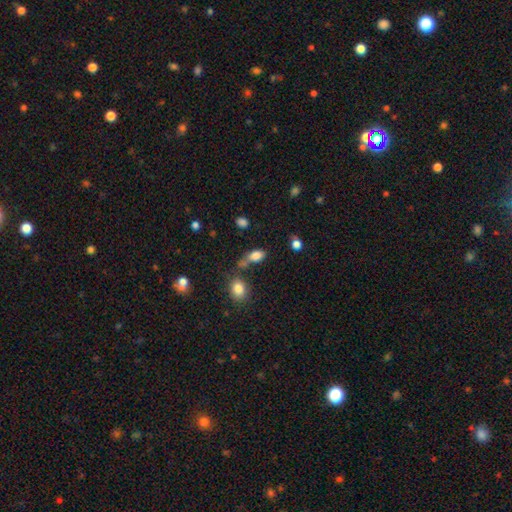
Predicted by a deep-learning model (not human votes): Smooth or featured: smooth — 82% (star or artifact — 11%)
How rounded: in between — 86% (round — 10%)
Merging: none — 50% (merger — 22%)